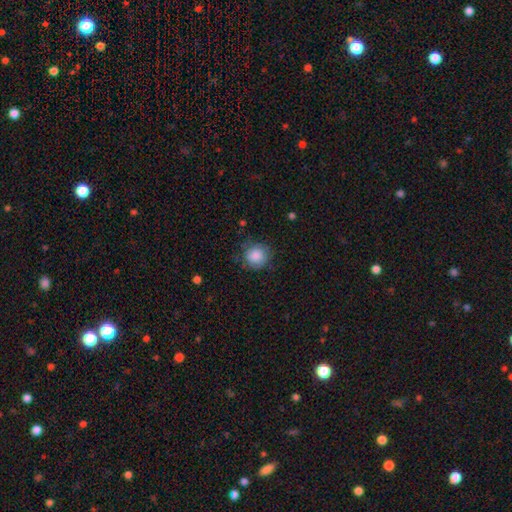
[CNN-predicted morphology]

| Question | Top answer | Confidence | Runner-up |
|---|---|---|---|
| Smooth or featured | smooth | 82% | featured or disk (10%) |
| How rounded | round | 89% | in between (10%) |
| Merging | none | 71% | minor disturbance (21%) |